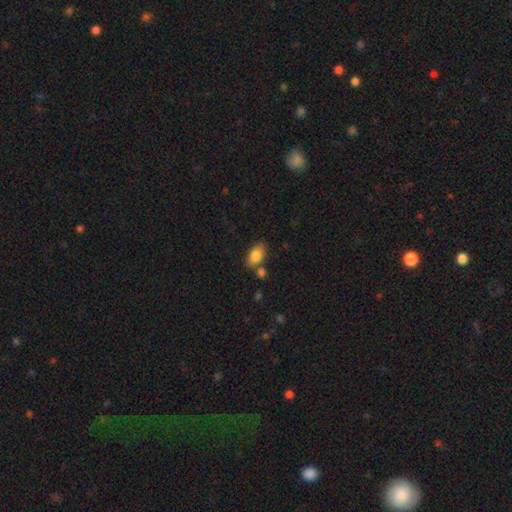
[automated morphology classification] smooth_or_featured: smooth (p=0.84) [alt: featured or disk p=0.08]
how_rounded: in between (p=0.90) [alt: round p=0.07]
merging: none (p=0.68) [alt: merger p=0.14]